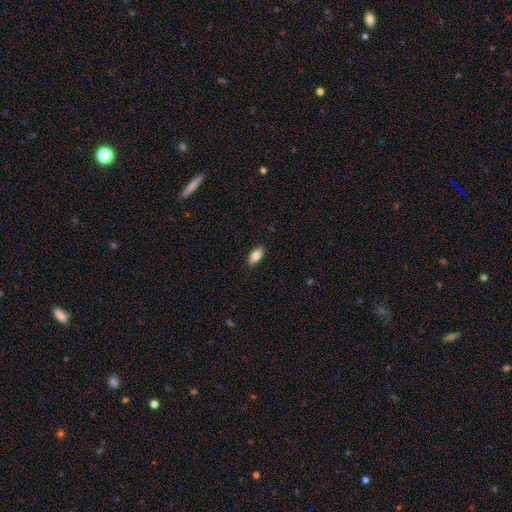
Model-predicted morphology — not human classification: type=smooth (83%); roundness=in between (89%); merging=none (87%).